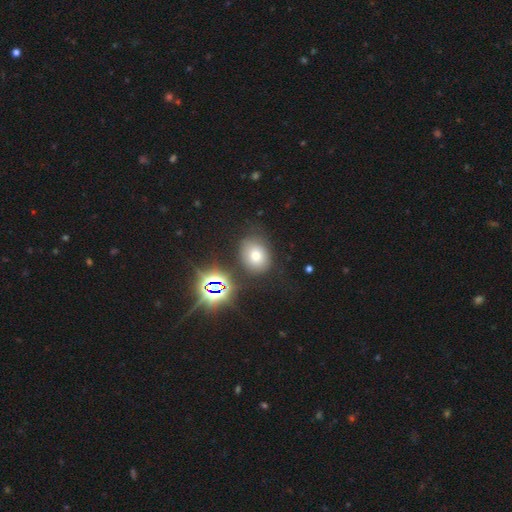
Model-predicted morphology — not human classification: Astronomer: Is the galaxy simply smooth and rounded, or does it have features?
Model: smooth — 62%.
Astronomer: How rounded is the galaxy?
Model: round — 52% (runner-up: in between, 47%).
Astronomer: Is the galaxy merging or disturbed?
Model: none — 76%.